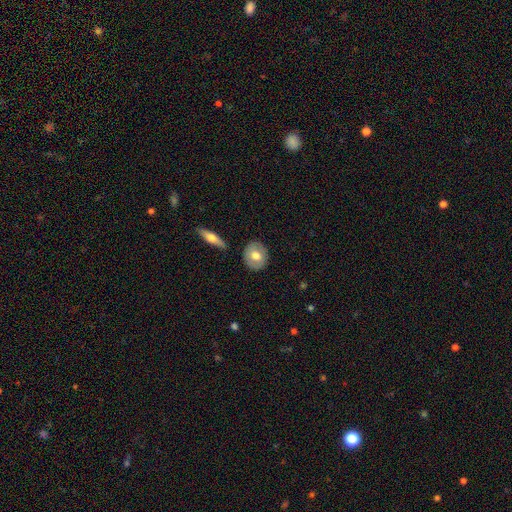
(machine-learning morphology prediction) smooth-or-featured: smooth: 63% | featured or disk: 31% | star or artifact: 6%
  how-rounded: round: 72% | in between: 26% | cigar-shaped: 2%
  merging: none: 86% | minor disturbance: 9% | merger: 2% | major disturbance: 2%